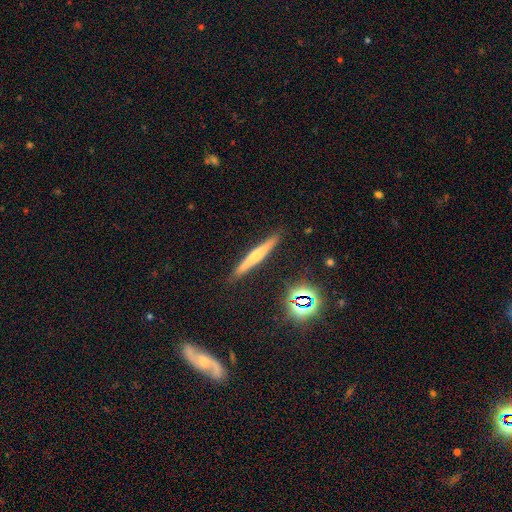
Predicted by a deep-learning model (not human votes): This appears to be a featured or disk galaxy (53%) viewed edge-on (96%) with a rounded central bulge (68%). Merging: none (90%).